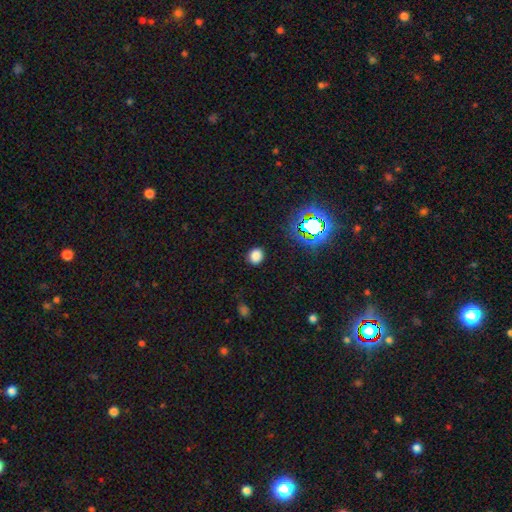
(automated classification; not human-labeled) A smooth galaxy with no disk features (77%) that is round (66%). Merging: none (88%).